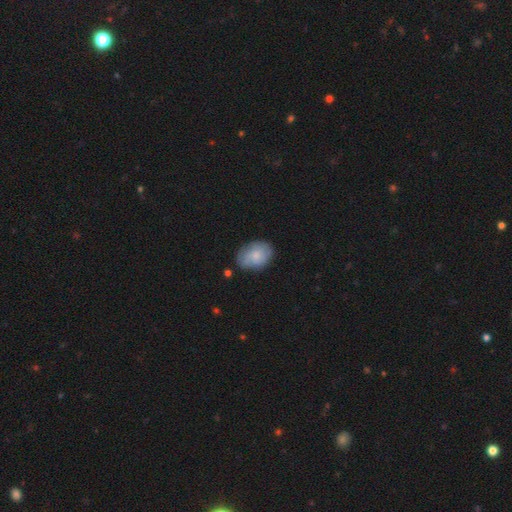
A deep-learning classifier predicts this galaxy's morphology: Smooth or featured: smooth — 60% (featured or disk — 33%)
How rounded: in between — 76% (round — 23%)
Merging: none — 66% (minor disturbance — 25%)